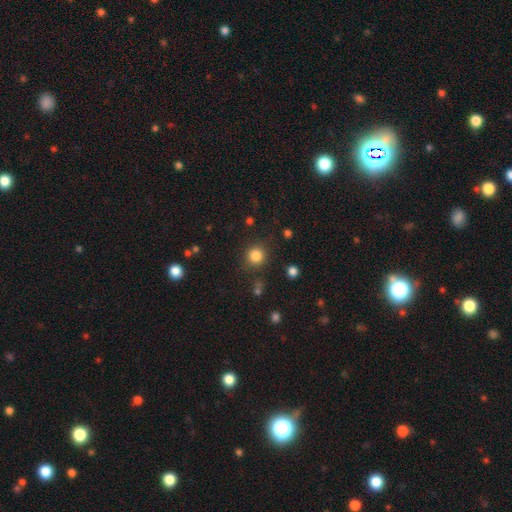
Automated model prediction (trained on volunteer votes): This is clearly a smooth galaxy (84%). How rounded: clearly round (92%). Merging: clearly none (86%).